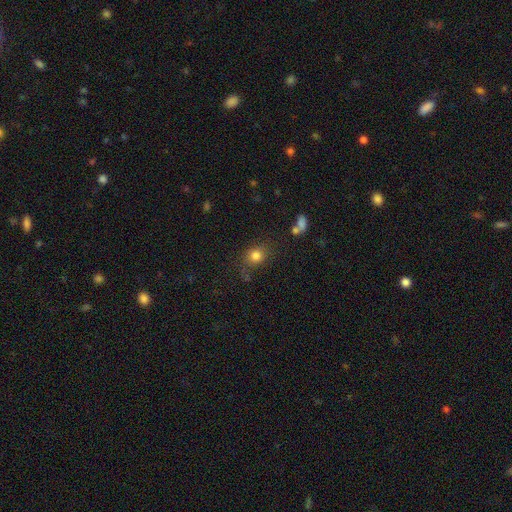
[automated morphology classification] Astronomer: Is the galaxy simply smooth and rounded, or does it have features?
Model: smooth — 80%.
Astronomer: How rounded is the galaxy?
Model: round — 68%.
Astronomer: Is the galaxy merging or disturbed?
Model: none — 72%.